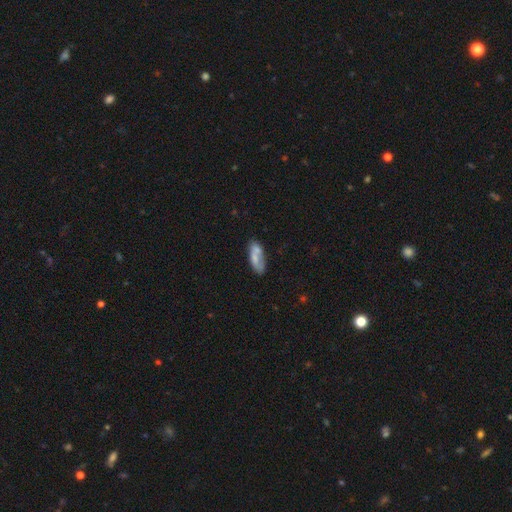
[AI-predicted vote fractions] The model was most divided on "merging": none: 50%, minor disturbance: 22%, merger: 19%, major disturbance: 9%. More confident: how rounded — in between (72%); smooth or featured — smooth (66%).